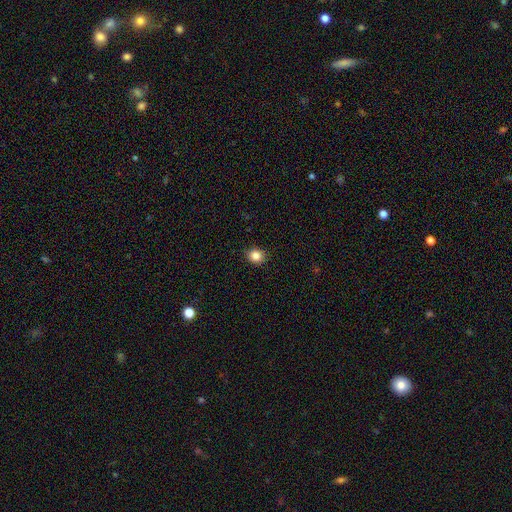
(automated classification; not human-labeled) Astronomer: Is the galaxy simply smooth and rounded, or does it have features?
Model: smooth — 85%.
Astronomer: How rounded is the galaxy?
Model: round — 76%.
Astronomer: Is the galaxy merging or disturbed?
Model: none — 88%.